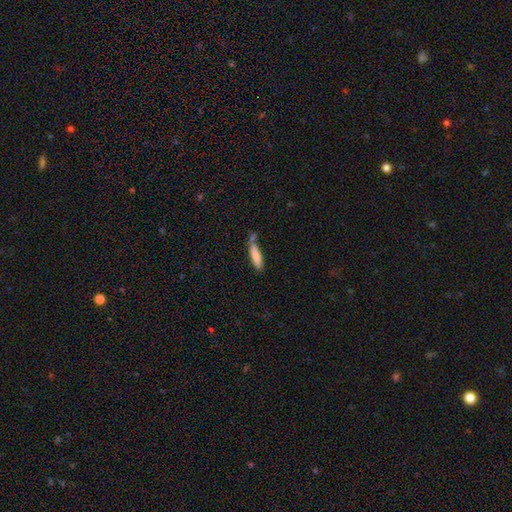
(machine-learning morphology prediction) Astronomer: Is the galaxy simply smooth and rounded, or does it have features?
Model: smooth — 80%.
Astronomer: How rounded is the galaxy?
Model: cigar-shaped — 82%.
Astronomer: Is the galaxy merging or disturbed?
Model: none — 57%.